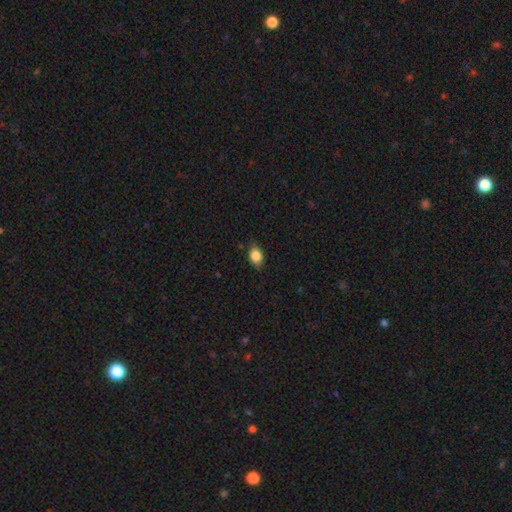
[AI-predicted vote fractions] A smooth galaxy with no disk features (84%) that is in between round and cigar-shaped (68%). Merging: none (78%).